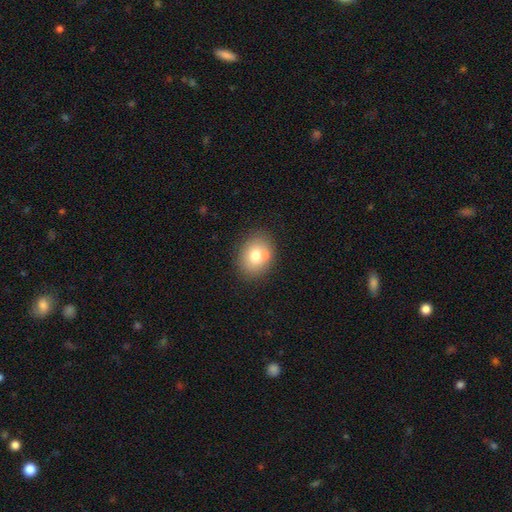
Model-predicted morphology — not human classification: Smooth or featured: smooth — 71% (featured or disk — 19%)
How rounded: in between — 52% (round — 47%)
Merging: none — 64% (merger — 21%)